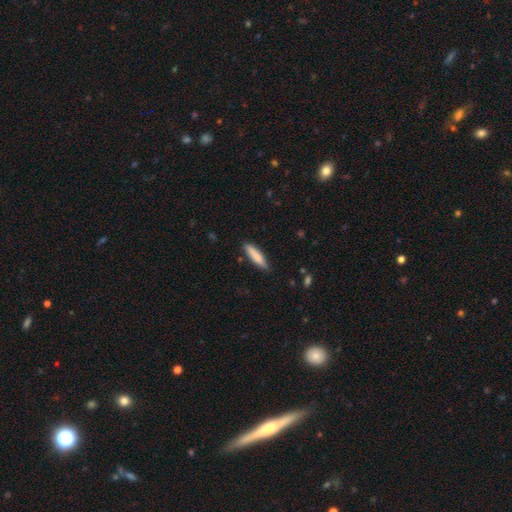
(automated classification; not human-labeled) The model was most divided on "how rounded": cigar-shaped: 80%, in between: 19%, round: 1%. More confident: merging — none (85%); smooth or featured — smooth (82%).